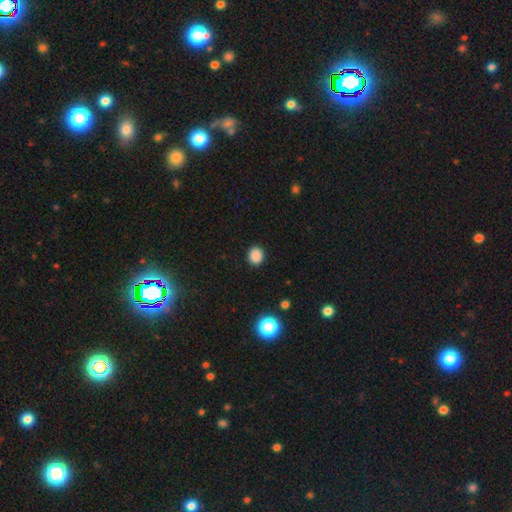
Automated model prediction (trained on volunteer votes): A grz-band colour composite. It shows a smooth galaxy with no disk features (87%) that is round (76%). Merging: none (90%).